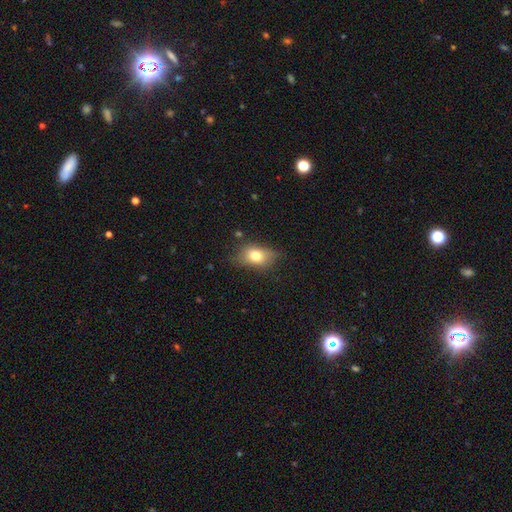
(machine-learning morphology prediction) Smooth or featured?
  - smooth: 76% *
  - featured or disk: 14%
  - star or artifact: 10%
How rounded?
  - in between: 79% *
  - round: 19%
  - cigar-shaped: 3%
Merging?
  - none: 69% *
  - minor disturbance: 23%
  - major disturbance: 6%
  - merger: 2%